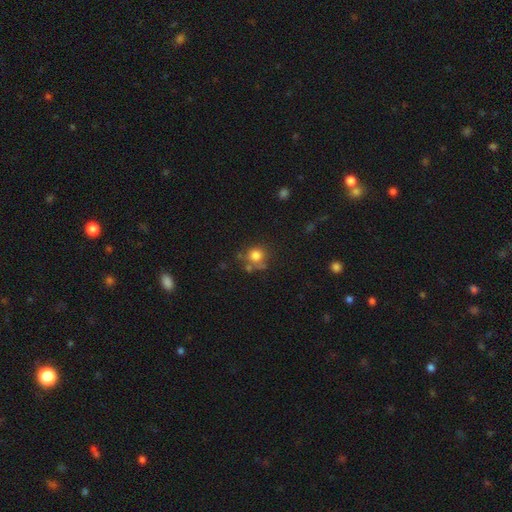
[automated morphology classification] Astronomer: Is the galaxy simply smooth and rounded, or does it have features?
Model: smooth — 79%.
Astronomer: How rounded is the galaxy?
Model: round — 87%.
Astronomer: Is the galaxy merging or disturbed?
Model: none — 62%.